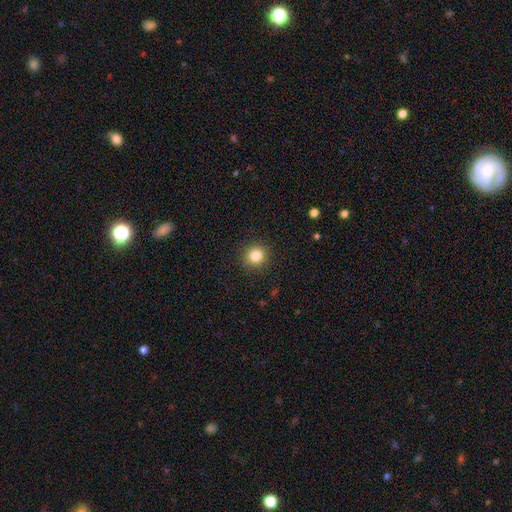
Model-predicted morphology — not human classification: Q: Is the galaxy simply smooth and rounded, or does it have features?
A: smooth — 83%.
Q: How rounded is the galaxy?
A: round — 92%.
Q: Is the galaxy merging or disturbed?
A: none — 91%.